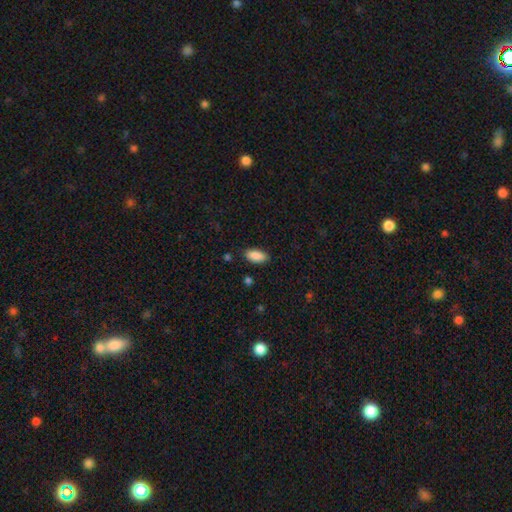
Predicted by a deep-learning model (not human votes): Smooth or featured? Predicted: smooth (p=0.89). How rounded? Predicted: in between (p=0.90). Merging? Predicted: none (p=0.86).